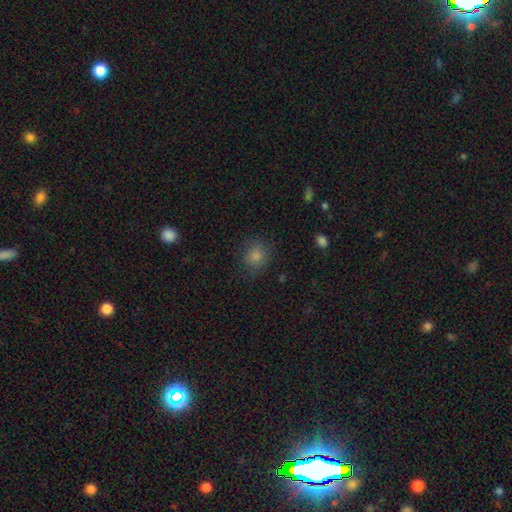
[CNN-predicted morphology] The model was most divided on "how rounded": round: 77%, in between: 22%, cigar-shaped: 1%. More confident: smooth or featured — smooth (83%); merging — none (81%).